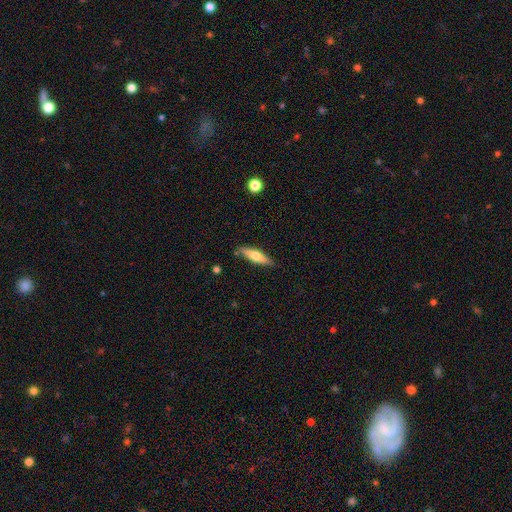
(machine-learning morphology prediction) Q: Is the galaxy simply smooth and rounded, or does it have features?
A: smooth — 53%.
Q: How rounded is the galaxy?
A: cigar-shaped — 70%.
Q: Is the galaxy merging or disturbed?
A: none — 84%.